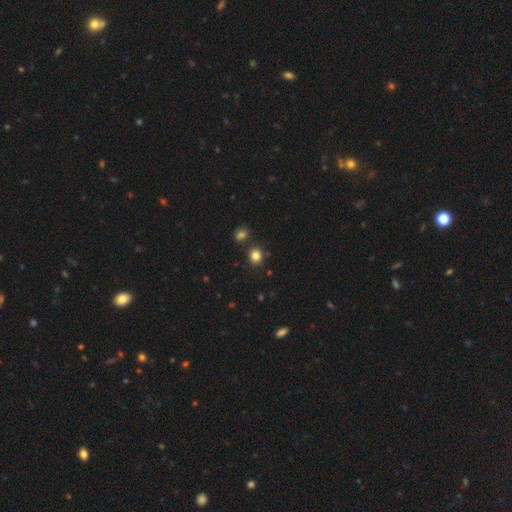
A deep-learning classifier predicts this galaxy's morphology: Smooth or featured? Predicted: smooth (p=0.82). How rounded? Predicted: round (p=0.77). Merging? Predicted: none (p=0.83).